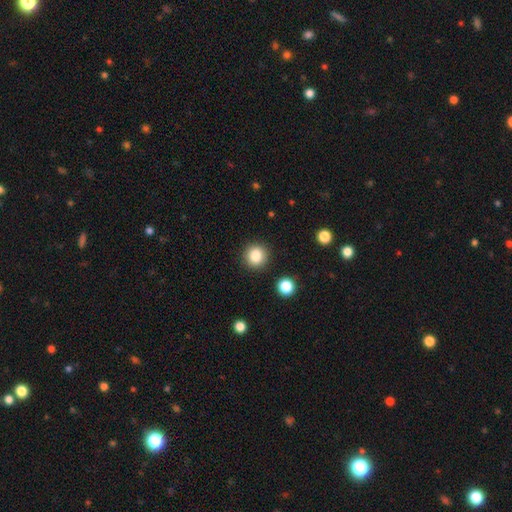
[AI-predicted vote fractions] A smooth galaxy with no disk features (84%) that is round (93%). Merging: none (90%).